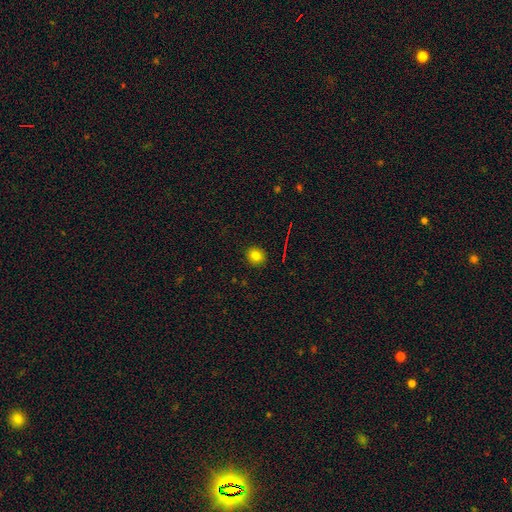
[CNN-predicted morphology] Overall: smooth (80%). How rounded: round (80%). Merging: none (91%).